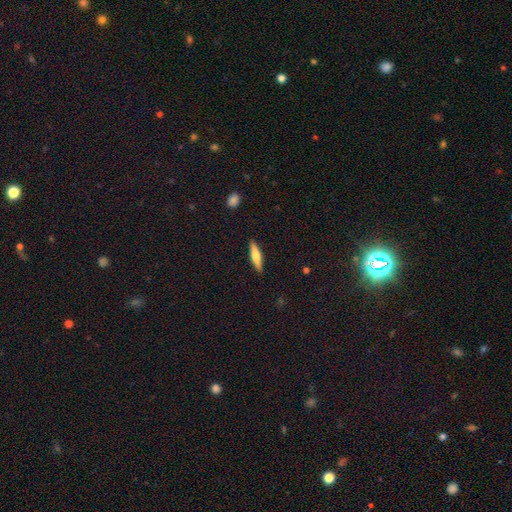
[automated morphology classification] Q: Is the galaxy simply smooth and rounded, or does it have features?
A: smooth — 51%.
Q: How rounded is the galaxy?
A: cigar-shaped — 76%.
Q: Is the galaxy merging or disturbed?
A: none — 89%.